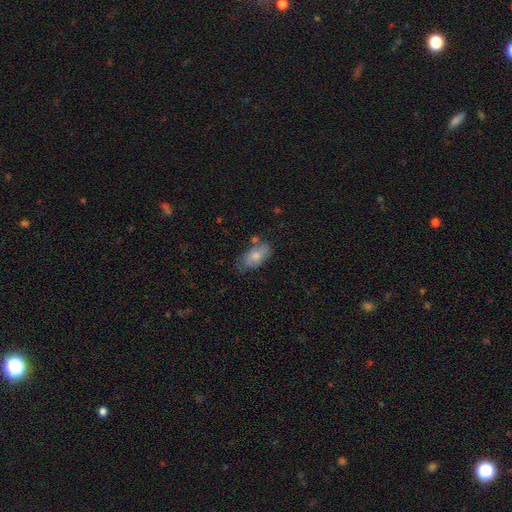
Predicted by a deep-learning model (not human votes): Smooth or featured?
  - smooth: 73% *
  - featured or disk: 20%
  - star or artifact: 7%
How rounded?
  - in between: 91% *
  - cigar-shaped: 5%
  - round: 4%
Merging?
  - none: 53% *
  - minor disturbance: 29%
  - merger: 10%
  - major disturbance: 9%